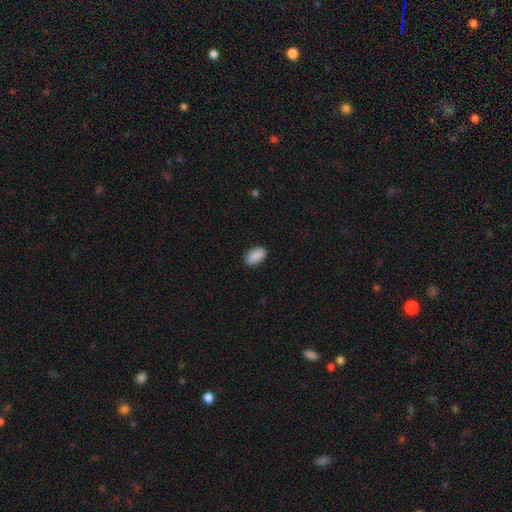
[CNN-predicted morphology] Smooth or featured: smooth — 90% (star or artifact — 7%)
How rounded: in between — 93% (round — 4%)
Merging: none — 86% (minor disturbance — 11%)